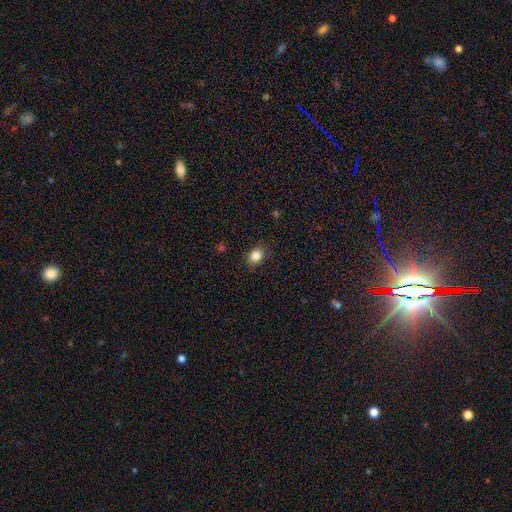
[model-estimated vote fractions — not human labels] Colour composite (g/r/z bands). It shows a smooth galaxy with no disk features (85%) that is in between round and cigar-shaped (66%). Merging: none (85%).